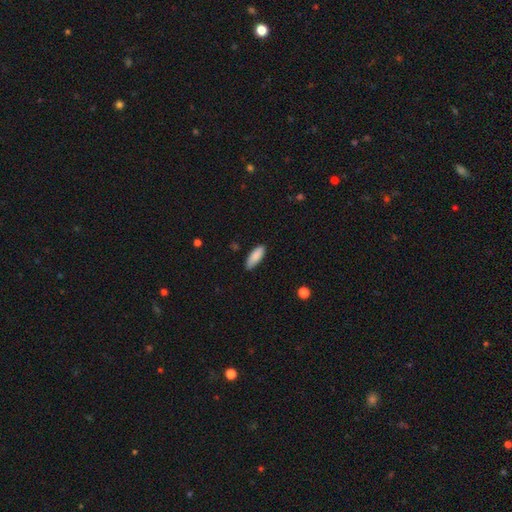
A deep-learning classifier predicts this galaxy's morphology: The model was most divided on "how rounded": in between: 71%, cigar-shaped: 28%, round: 2%. More confident: smooth or featured — smooth (88%); merging — none (83%).